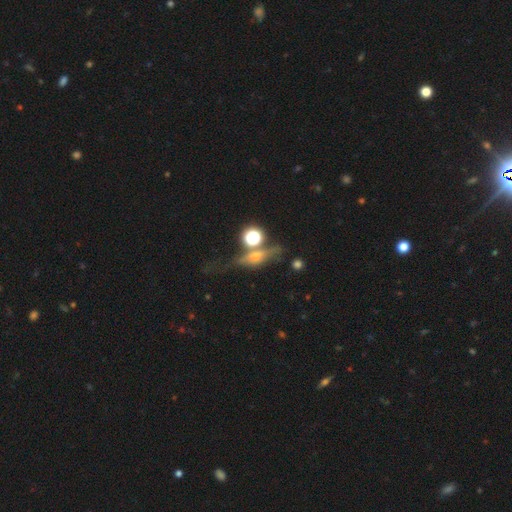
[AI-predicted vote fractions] Q: Smooth or featured?
A: featured or disk (55%); runner-up: smooth (26%)
Q: Edge-on disk?
A: yes (83%); runner-up: no (17%)
Q: Merging?
A: none (60%); runner-up: minor disturbance (17%)